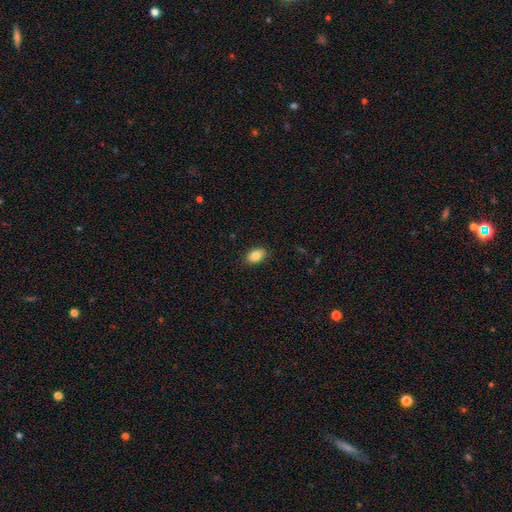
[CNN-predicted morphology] A smooth galaxy with no disk features (84%) that is in between round and cigar-shaped (87%).

Vote fractions:
- Smooth or featured? smooth: 84% / star or artifact: 8% / featured or disk: 8%
- How rounded? in between: 87% / round: 11% / cigar-shaped: 1%
- Merging? none: 89% / minor disturbance: 8% / major disturbance: 2% / merger: 1%